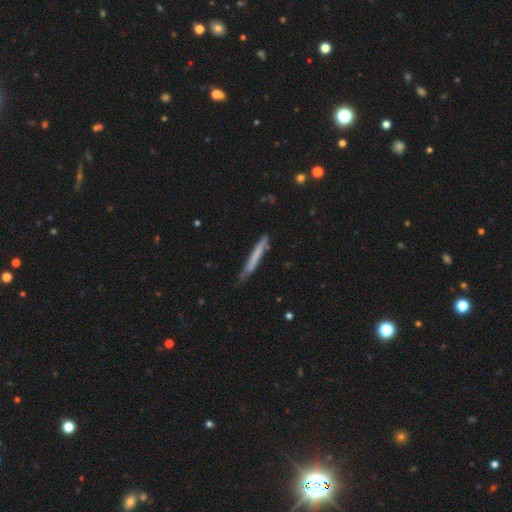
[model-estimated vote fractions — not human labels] This is likely a smooth galaxy (60%). How rounded: clearly cigar-shaped (96%). Merging: likely none (72%).